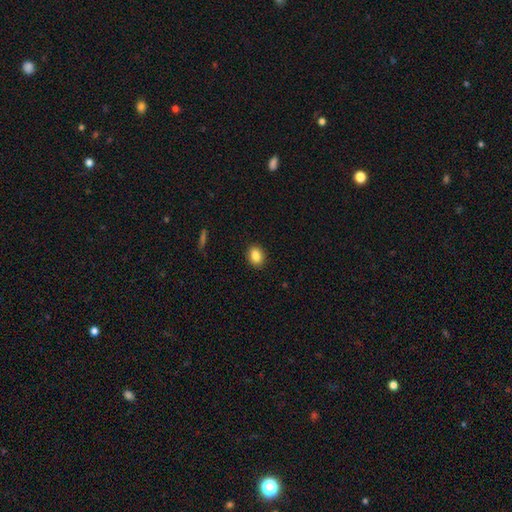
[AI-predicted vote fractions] A smooth galaxy with no disk features (86%) that is in between round and cigar-shaped (66%). Merging: none (89%).